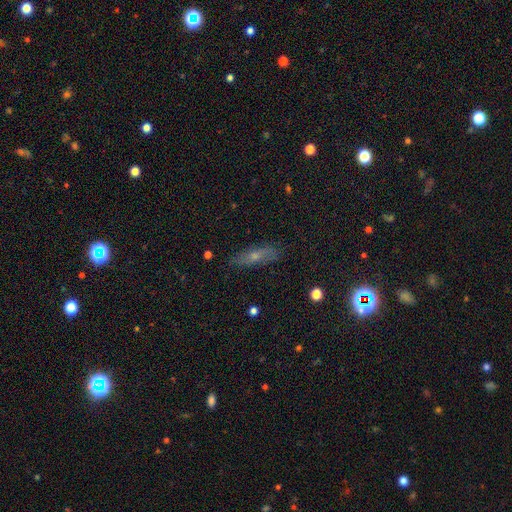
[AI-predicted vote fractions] This is possibly a smooth galaxy (47%). Merging: clearly none (81%).